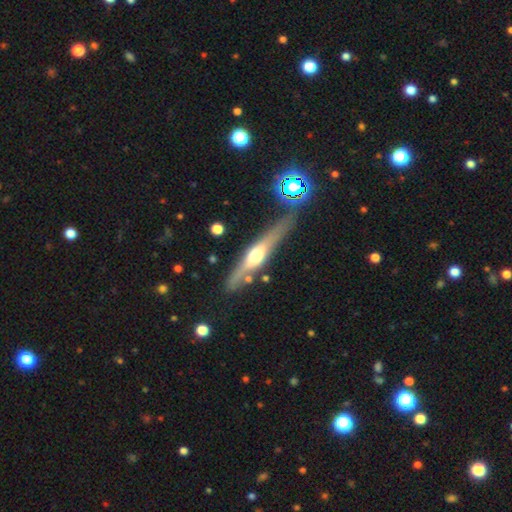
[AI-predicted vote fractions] smooth_or_featured: featured or disk (p=0.67) [alt: smooth p=0.27]
disk_edge_on: yes (p=0.93) [alt: no p=0.07]
edge_on_bulge: rounded (p=0.89) [alt: boxy p=0.07]
merging: none (p=0.73) [alt: minor disturbance p=0.14]